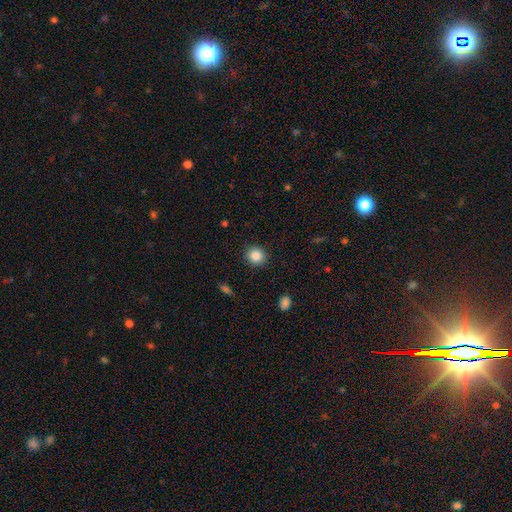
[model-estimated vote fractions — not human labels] Smooth or featured? Predicted: smooth (p=0.86). How rounded? Predicted: round (p=0.88). Merging? Predicted: none (p=0.91).